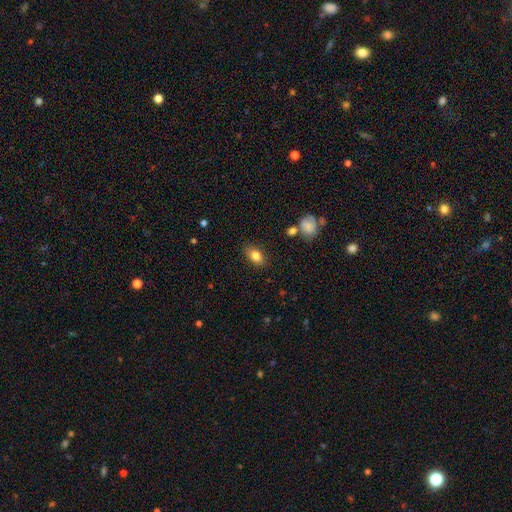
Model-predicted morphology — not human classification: The model was most divided on "merging": none: 83%, minor disturbance: 11%, major disturbance: 3%, merger: 2%. More confident: how rounded — in between (85%); smooth or featured — smooth (82%).